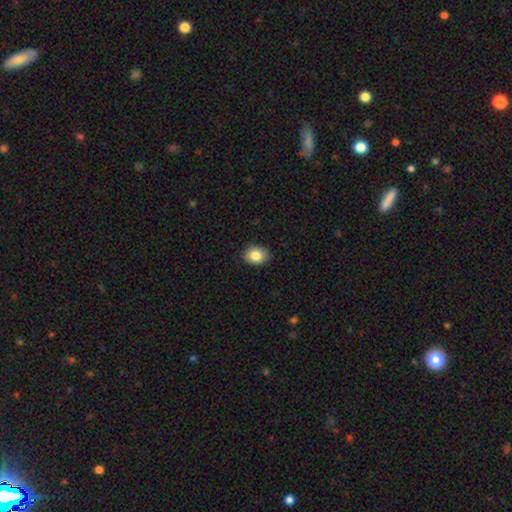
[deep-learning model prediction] Smooth or featured: smooth — 84% (star or artifact — 8%)
How rounded: in between — 63% (round — 37%)
Merging: none — 89% (minor disturbance — 8%)